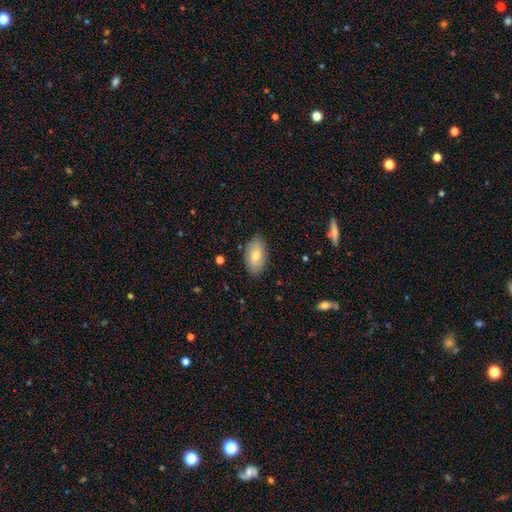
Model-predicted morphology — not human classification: type=smooth (78%); roundness=in between (94%); merging=none (86%).